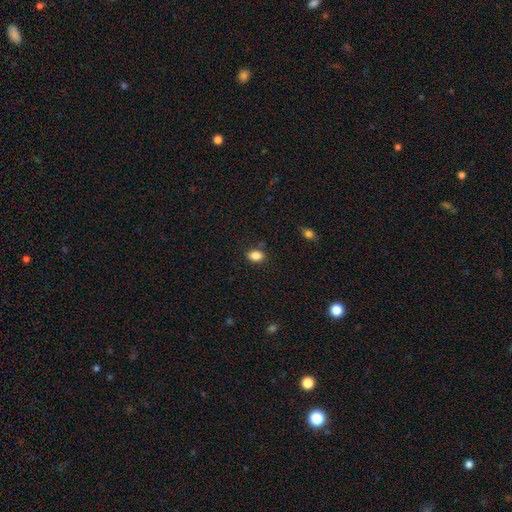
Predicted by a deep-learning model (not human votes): Overall: smooth (85%). How rounded: in between (77%). Merging: none (83%).